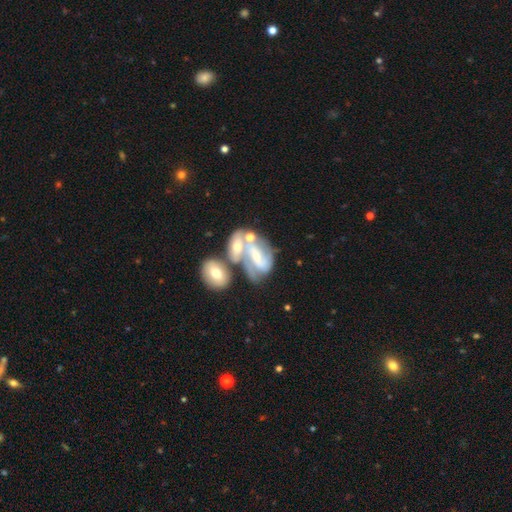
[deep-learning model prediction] A featured or disk galaxy (73%) with a weak bar (36%), 2 (58%) medium (44%) spiral arms (79%) and a small central bulge (50%). Merging: merger (49%).